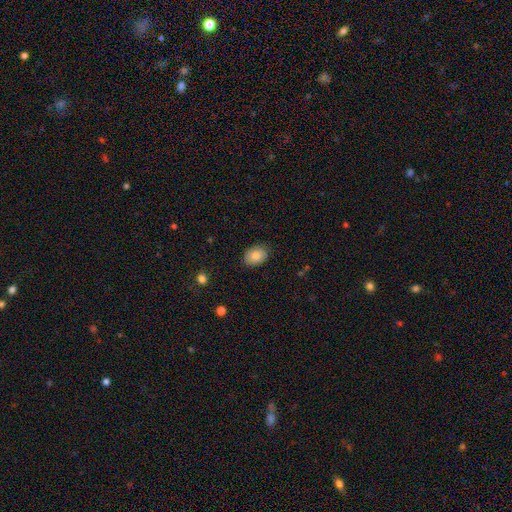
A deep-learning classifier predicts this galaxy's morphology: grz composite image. It shows a smooth galaxy with no disk features (84%) that is in between round and cigar-shaped (81%). Merging: none (84%).